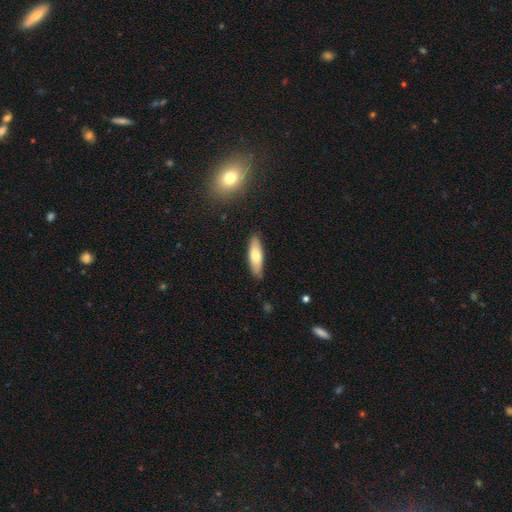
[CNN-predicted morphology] A smooth galaxy with no disk features (70%) that is cigar-shaped (51%). Merging: none (85%).